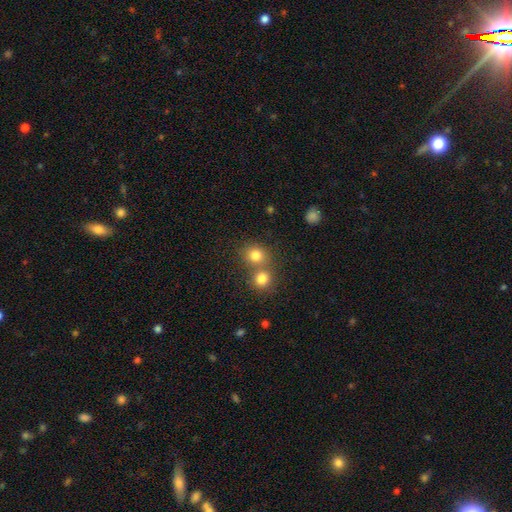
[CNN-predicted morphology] A smooth galaxy with no disk features (80%) that is round (81%). Merging: none (49%).